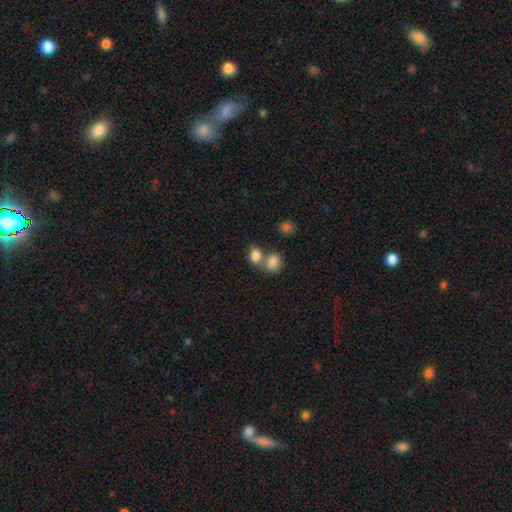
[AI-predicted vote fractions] smooth_or_featured: smooth (p=0.83) [alt: star or artifact p=0.09]
how_rounded: in between (p=0.56) [alt: round p=0.43]
merging: merger (p=0.52) [alt: none p=0.36]